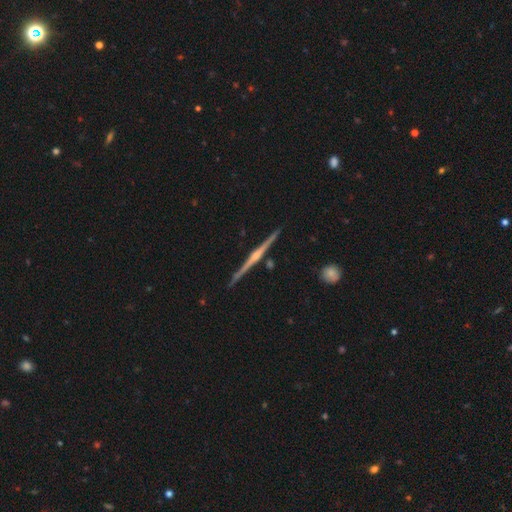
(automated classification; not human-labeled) The model was most divided on "edge-on bulge": rounded: 77%, none: 12%, boxy: 11%. More confident: edge-on disk — yes (99%); merging — none (91%); smooth or featured — featured or disk (85%).